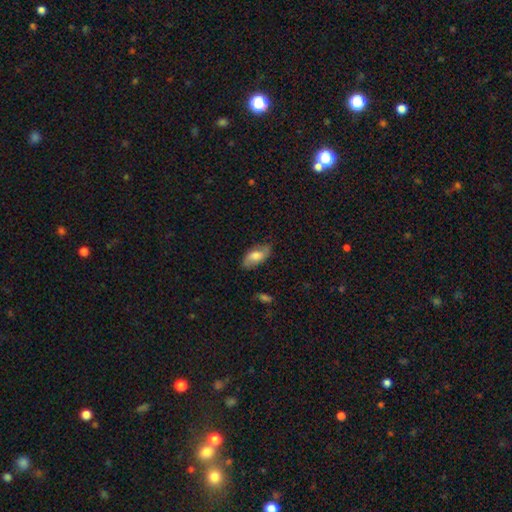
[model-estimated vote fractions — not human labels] A smooth galaxy with no disk features (65%) that is in between round and cigar-shaped (90%).

Vote fractions:
- Smooth or featured? smooth: 65% / featured or disk: 28% / star or artifact: 7%
- How rounded? in between: 90% / cigar-shaped: 7% / round: 4%
- Merging? none: 73% / minor disturbance: 21% / major disturbance: 5% / merger: 1%